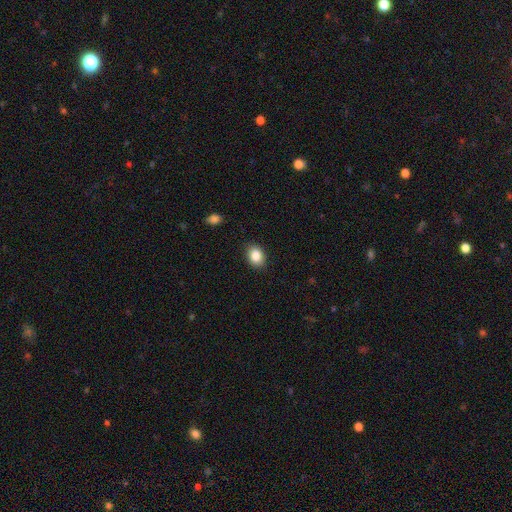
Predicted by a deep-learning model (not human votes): Smooth or featured: smooth — 86% (star or artifact — 9%)
How rounded: in between — 64% (round — 35%)
Merging: none — 88% (minor disturbance — 8%)